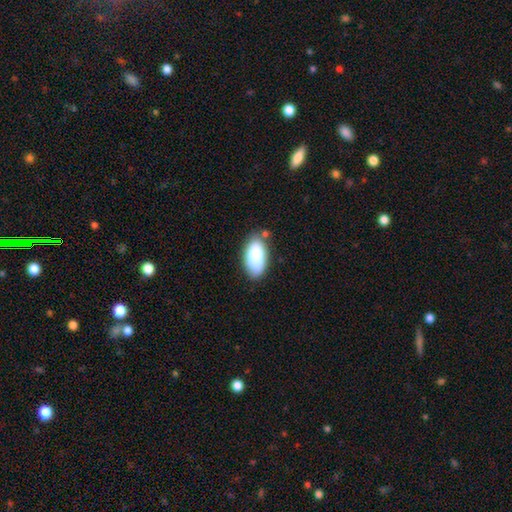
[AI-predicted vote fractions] A smooth galaxy with no disk features (86%) that is in between round and cigar-shaped (94%).

Vote fractions:
- Smooth or featured? smooth: 86% / featured or disk: 8% / star or artifact: 7%
- How rounded? in between: 94% / cigar-shaped: 4% / round: 2%
- Merging? none: 77% / minor disturbance: 15% / merger: 5% / major disturbance: 3%